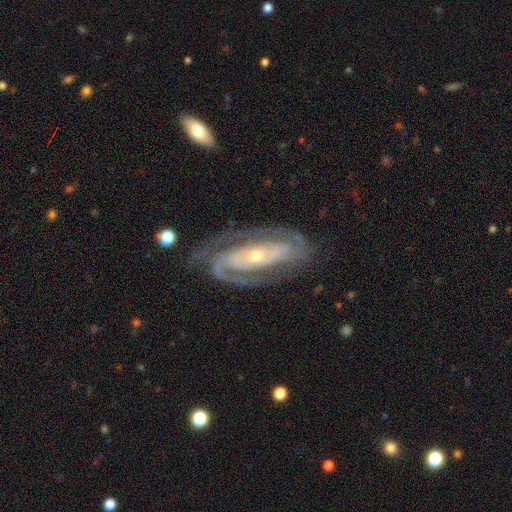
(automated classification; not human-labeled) smooth_or_featured: featured or disk (p=0.90) [alt: smooth p=0.06]
disk_edge_on: no (p=0.94) [alt: yes p=0.06]
bar: no (p=0.49) [alt: strong p=0.28]
has_spiral_arms: yes (p=0.95) [alt: no p=0.05]
spiral_winding: tight (p=0.61) [alt: medium p=0.31]
spiral_arm_count: 2 (p=0.76) [alt: can't tell p=0.10]
bulge_size: small (p=0.61) [alt: moderate p=0.35]
merging: none (p=0.76) [alt: minor disturbance p=0.15]